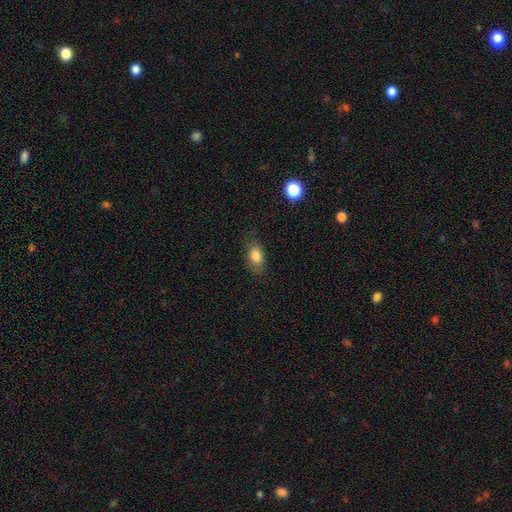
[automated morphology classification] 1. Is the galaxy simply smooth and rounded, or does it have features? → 81% smooth, 11% featured or disk, 8% star or artifact.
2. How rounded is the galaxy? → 85% in between, 11% round, 4% cigar-shaped.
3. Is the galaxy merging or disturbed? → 77% none, 17% minor disturbance, 5% major disturbance, 1% merger.